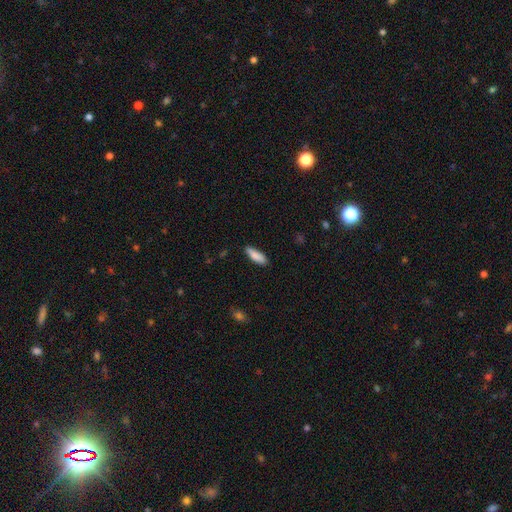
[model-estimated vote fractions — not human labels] smooth_or_featured: smooth (p=0.88) [alt: featured or disk p=0.06]
how_rounded: in between (p=0.53) [alt: cigar-shaped p=0.46]
merging: none (p=0.82) [alt: minor disturbance p=0.14]